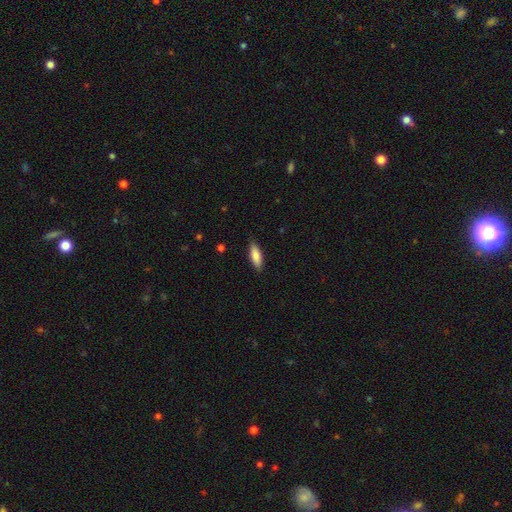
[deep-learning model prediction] Smooth or featured: smooth — 79% (featured or disk — 15%)
How rounded: in between — 59% (cigar-shaped — 39%)
Merging: none — 87% (minor disturbance — 10%)